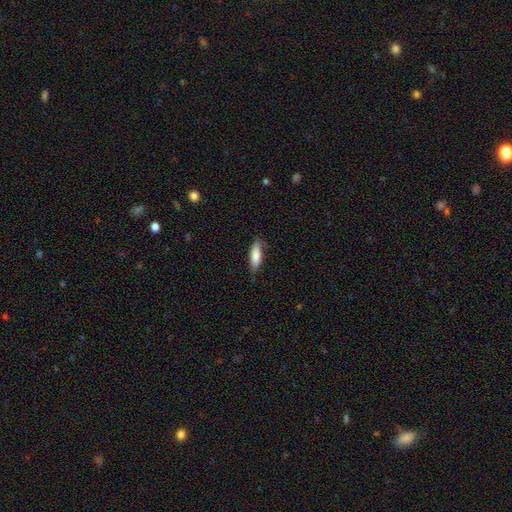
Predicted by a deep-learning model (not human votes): Q: Smooth or featured?
A: smooth (79%); runner-up: featured or disk (16%)
Q: How rounded?
A: cigar-shaped (50%); runner-up: in between (48%)
Q: Merging?
A: none (73%); runner-up: minor disturbance (22%)